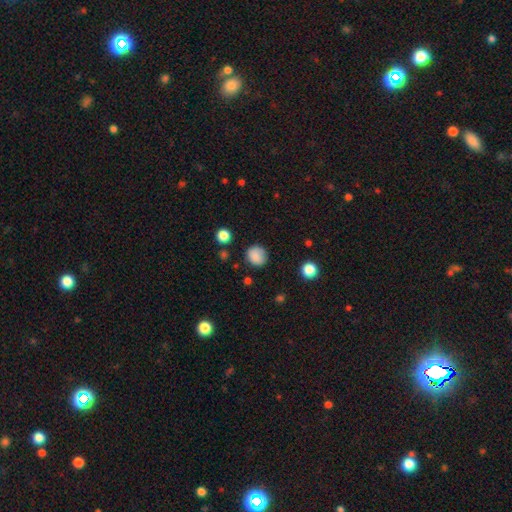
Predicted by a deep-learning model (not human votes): smooth-or-featured: smooth: 85% | star or artifact: 10% | featured or disk: 5%
  how-rounded: round: 84% | in between: 15% | cigar-shaped: 1%
  merging: none: 81% | minor disturbance: 13% | major disturbance: 4% | merger: 2%